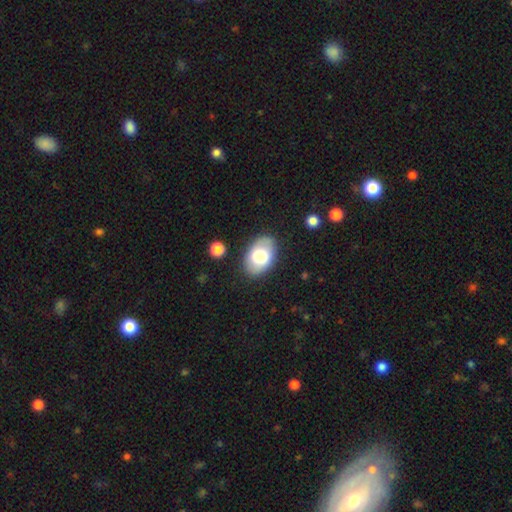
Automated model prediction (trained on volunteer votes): Q: Smooth or featured?
A: smooth (73%); runner-up: featured or disk (21%)
Q: How rounded?
A: in between (90%); runner-up: round (9%)
Q: Merging?
A: none (82%); runner-up: minor disturbance (12%)